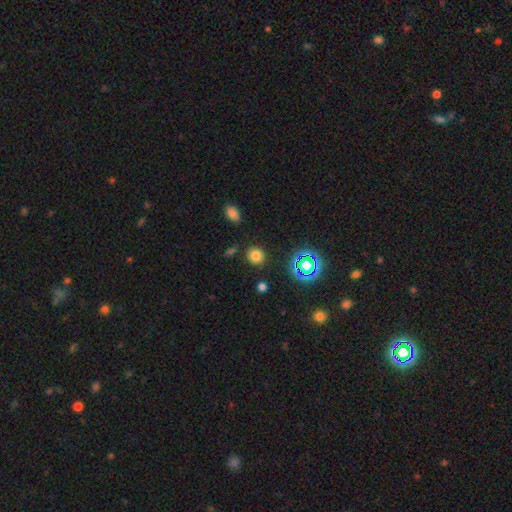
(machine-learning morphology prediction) This appears to be a smooth galaxy with no disk features (74%) that is round (87%). Merging: none (85%).